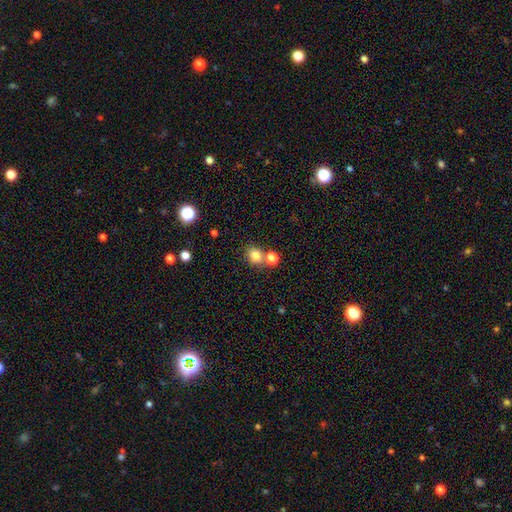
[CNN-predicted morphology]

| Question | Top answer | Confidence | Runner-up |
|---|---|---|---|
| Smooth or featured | smooth | 81% | star or artifact (13%) |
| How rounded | round | 64% | in between (35%) |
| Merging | none | 62% | merger (25%) |